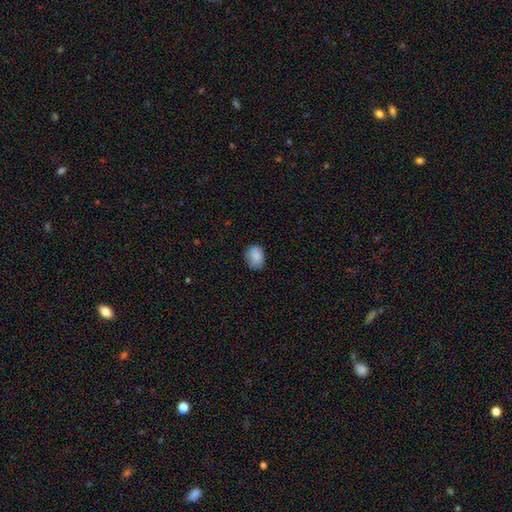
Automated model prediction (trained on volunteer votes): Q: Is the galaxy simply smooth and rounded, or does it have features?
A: smooth — 87%.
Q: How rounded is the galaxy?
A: in between — 65%.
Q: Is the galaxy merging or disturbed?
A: none — 74%.